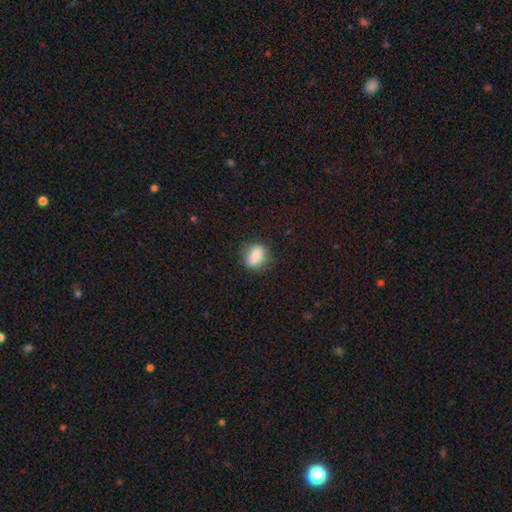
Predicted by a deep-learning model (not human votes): This appears to be a smooth galaxy with no disk features (81%) that is in between round and cigar-shaped (54%). Merging: none (79%).